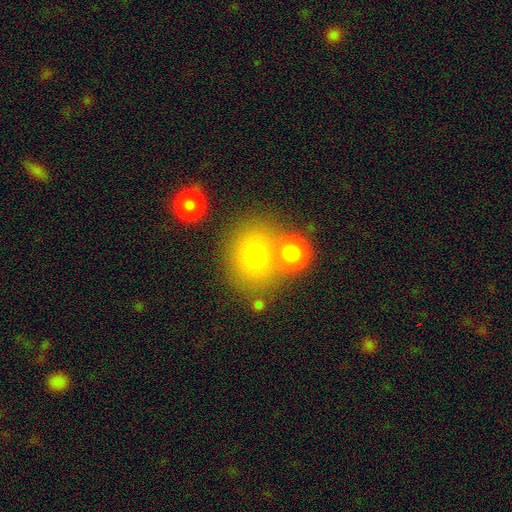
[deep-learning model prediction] This appears to be a smooth galaxy with no disk features (75%) that is round (61%). Merging: none (63%).